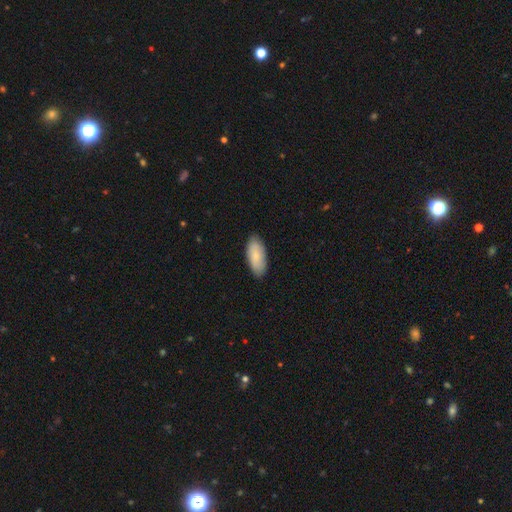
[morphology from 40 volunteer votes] Smooth or featured? smooth (82%)
How rounded? in between (85%)
Merging? none (89%)